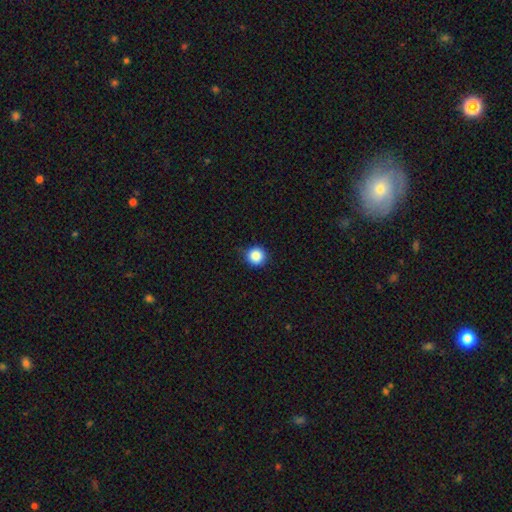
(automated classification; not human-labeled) Smooth or featured? Predicted: smooth (p=0.87). How rounded? Predicted: round (p=0.95). Merging? Predicted: none (p=0.87).